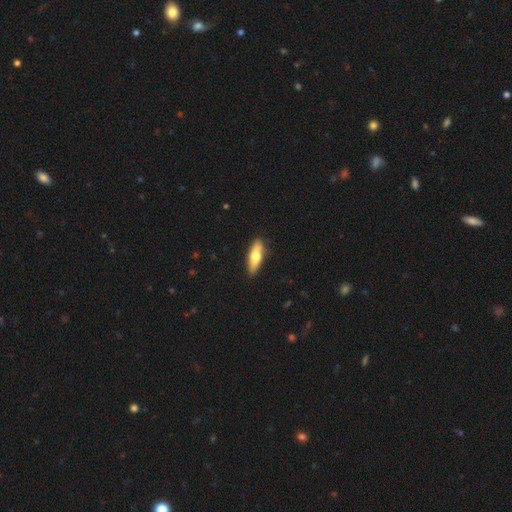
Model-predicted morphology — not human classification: type=smooth (64%); roundness=cigar-shaped (49%, tied with in between); merging=none (85%).